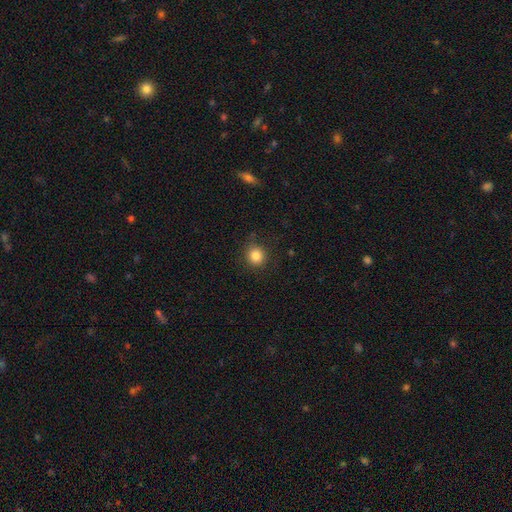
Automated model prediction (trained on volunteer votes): smooth_or_featured: smooth (p=0.84) [alt: star or artifact p=0.11]
how_rounded: round (p=0.89) [alt: in between p=0.10]
merging: none (p=0.86) [alt: minor disturbance p=0.10]